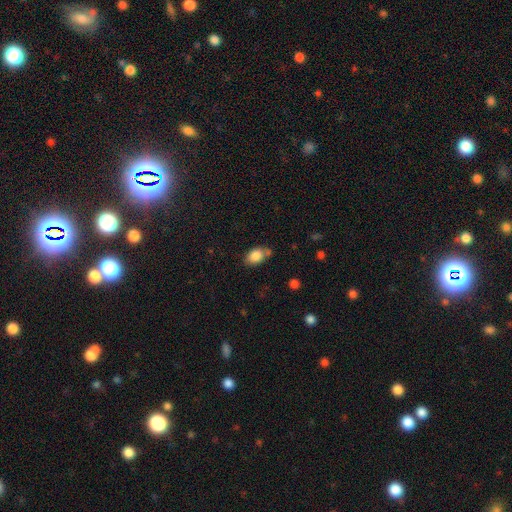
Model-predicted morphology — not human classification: Smooth or featured?
  - smooth: 85% *
  - star or artifact: 8%
  - featured or disk: 7%
How rounded?
  - in between: 82% *
  - round: 17%
  - cigar-shaped: 2%
Merging?
  - none: 62% *
  - minor disturbance: 20%
  - merger: 13%
  - major disturbance: 5%